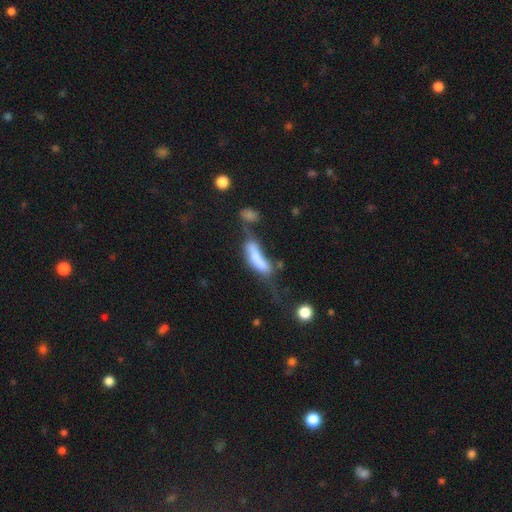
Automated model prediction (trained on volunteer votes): A smooth galaxy with no disk features (67%) that is cigar-shaped (56%).

Vote fractions:
- Smooth or featured? smooth: 67% / featured or disk: 24% / star or artifact: 9%
- How rounded? cigar-shaped: 56% / in between: 41% / round: 3%
- Merging? merger: 33% / major disturbance: 29% / none: 20% / minor disturbance: 18%